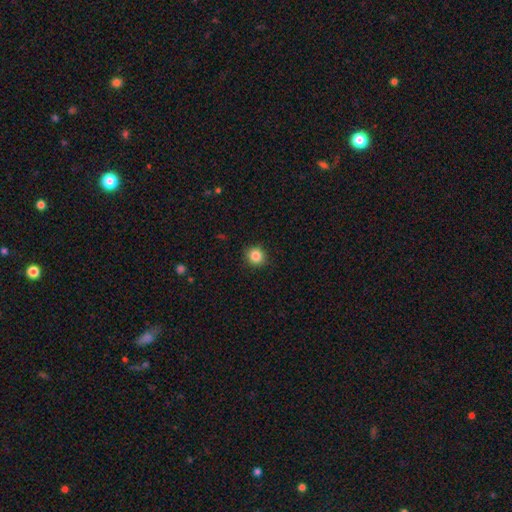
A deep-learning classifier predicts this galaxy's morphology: This is clearly a smooth galaxy (85%). How rounded: clearly round (89%). Merging: clearly none (91%).